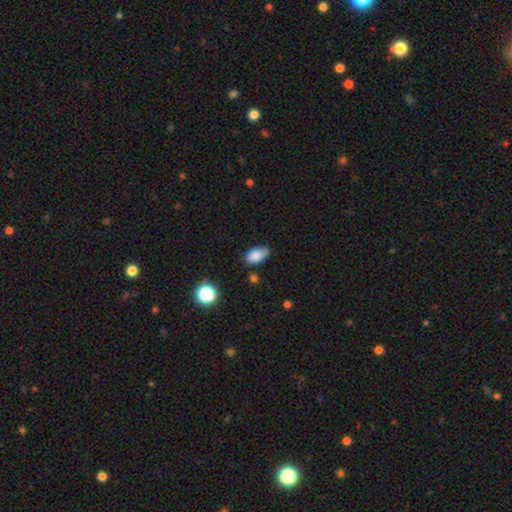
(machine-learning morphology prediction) Smooth or featured? smooth (86%)
How rounded? in between (92%)
Merging? none (68%)